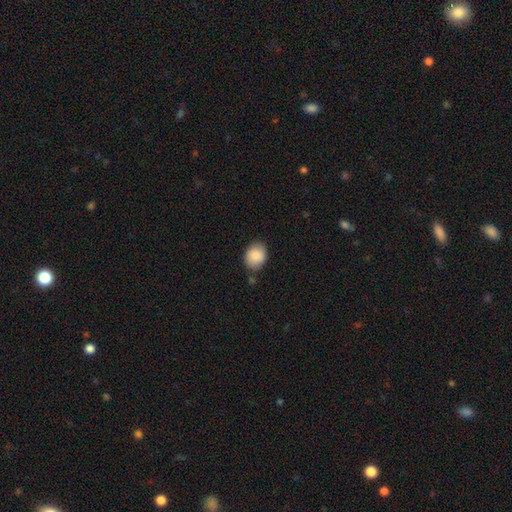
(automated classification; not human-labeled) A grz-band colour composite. It shows a smooth galaxy with no disk features (88%) that is round (54%). Merging: none (78%).